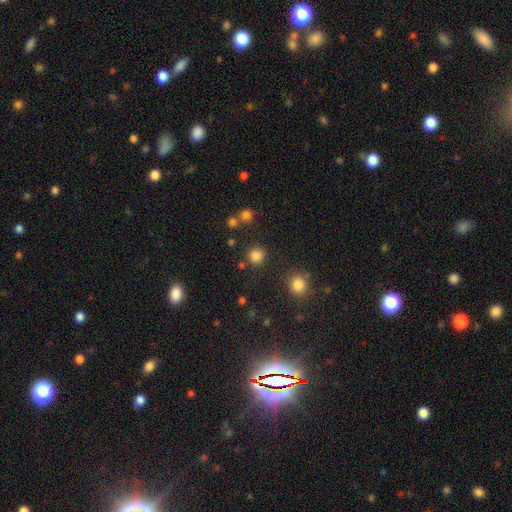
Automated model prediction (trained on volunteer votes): Smooth or featured?
  - smooth: 82% *
  - star or artifact: 14%
  - featured or disk: 4%
How rounded?
  - round: 85% *
  - in between: 14%
  - cigar-shaped: 1%
Merging?
  - none: 81% *
  - minor disturbance: 10%
  - merger: 6%
  - major disturbance: 4%